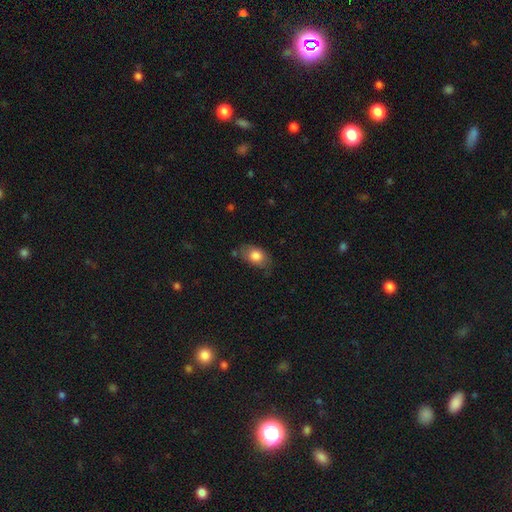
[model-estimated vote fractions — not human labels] Smooth or featured: smooth — 81% (featured or disk — 12%)
How rounded: in between — 83% (round — 15%)
Merging: none — 59% (minor disturbance — 30%)